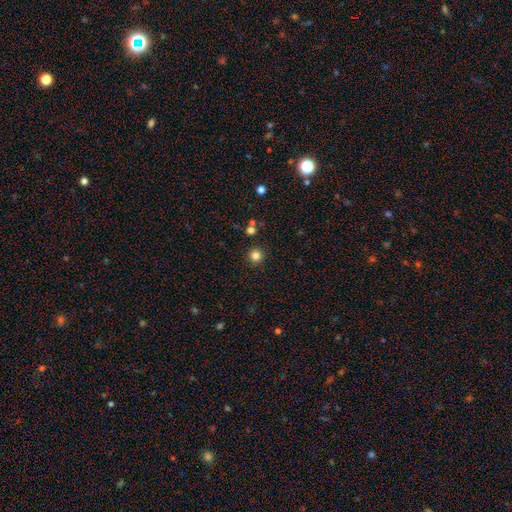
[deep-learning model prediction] Smooth or featured? smooth (81%)
How rounded? round (95%)
Merging? none (90%)